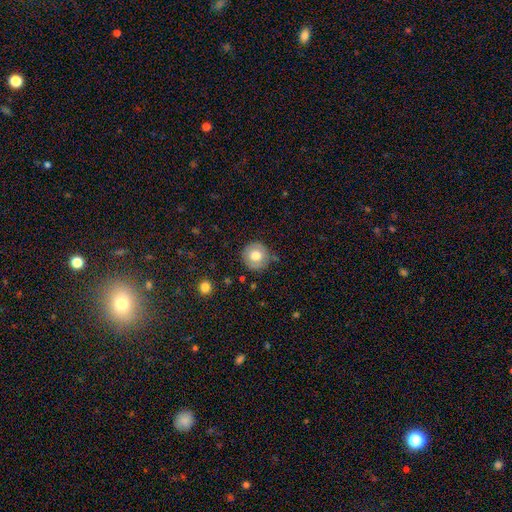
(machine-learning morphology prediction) Smooth or featured? Predicted: smooth (p=0.73). How rounded? Predicted: round (p=0.94). Merging? Predicted: none (p=0.85).